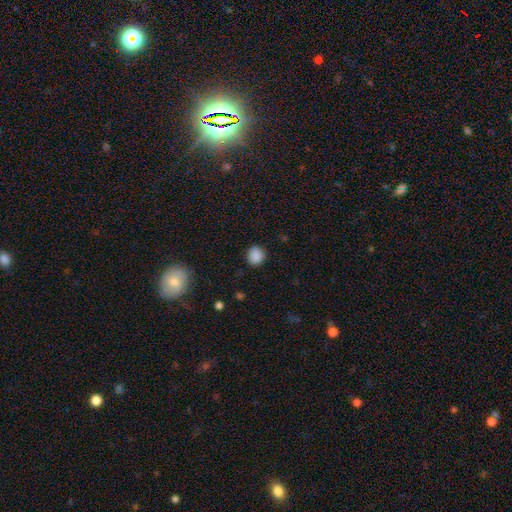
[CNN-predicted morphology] Smooth or featured?
  - smooth: 87% *
  - star or artifact: 10%
  - featured or disk: 3%
How rounded?
  - round: 79% *
  - in between: 20%
  - cigar-shaped: 1%
Merging?
  - none: 87% *
  - minor disturbance: 9%
  - major disturbance: 2%
  - merger: 1%